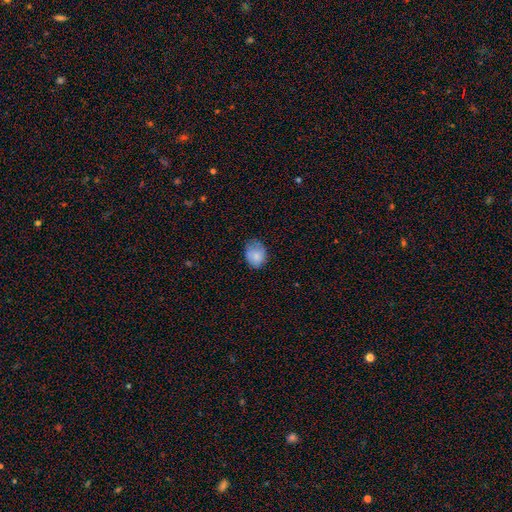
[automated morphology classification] Overall: smooth (83%). How rounded: in between (58%; round 41%). Merging: none (64%; minor disturbance 28%).